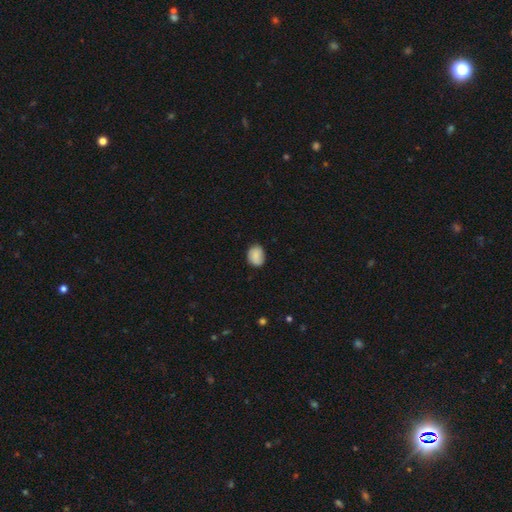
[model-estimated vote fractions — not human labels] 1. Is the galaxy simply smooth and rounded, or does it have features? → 86% smooth, 7% star or artifact, 6% featured or disk.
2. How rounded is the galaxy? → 53% in between, 46% round, 1% cigar-shaped.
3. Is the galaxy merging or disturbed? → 81% none, 15% minor disturbance, 3% major disturbance, 1% merger.